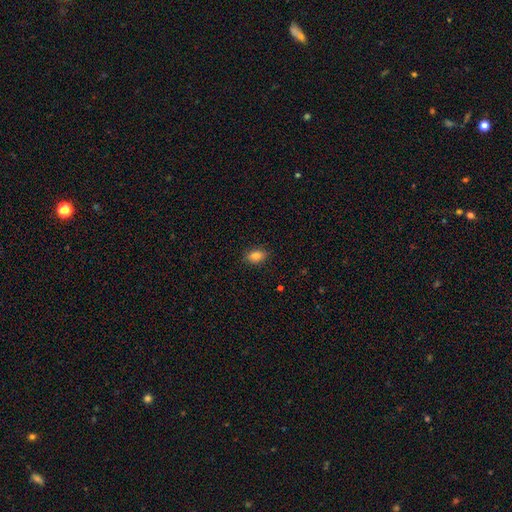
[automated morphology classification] A smooth galaxy with no disk features (84%) that is in between round and cigar-shaped (84%).

Vote fractions:
- Smooth or featured? smooth: 84% / star or artifact: 10% / featured or disk: 7%
- How rounded? in between: 84% / round: 13% / cigar-shaped: 3%
- Merging? none: 87% / minor disturbance: 10% / major disturbance: 2% / merger: 1%